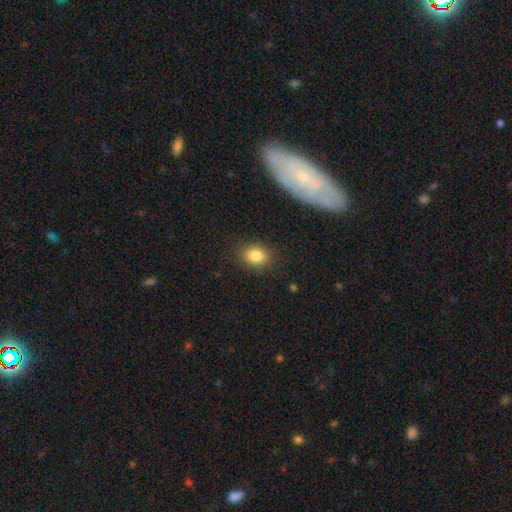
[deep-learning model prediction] The model was most divided on "how rounded": in between: 51%, round: 48%, cigar-shaped: 1%. More confident: merging — none (85%); smooth or featured — smooth (83%).